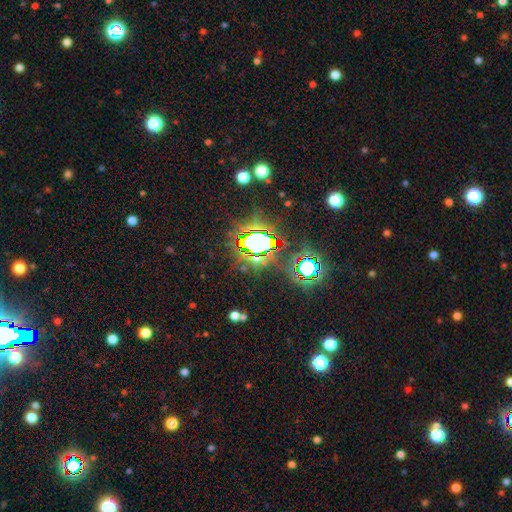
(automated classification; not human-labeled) This appears to be a star or artifact, not a galaxy (77%).